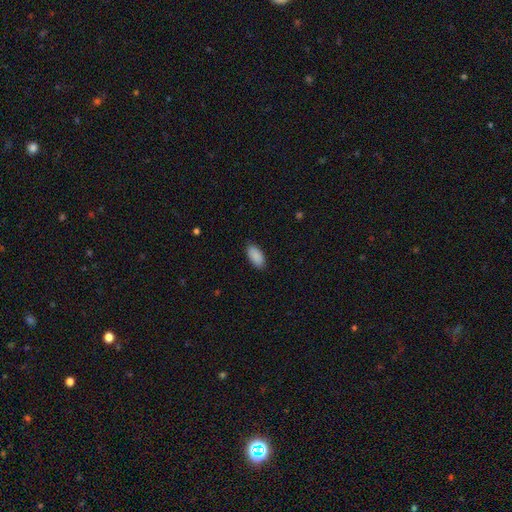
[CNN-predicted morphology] Q: Smooth or featured?
A: smooth (90%); runner-up: star or artifact (6%)
Q: How rounded?
A: in between (94%); runner-up: cigar-shaped (4%)
Q: Merging?
A: none (88%); runner-up: minor disturbance (9%)